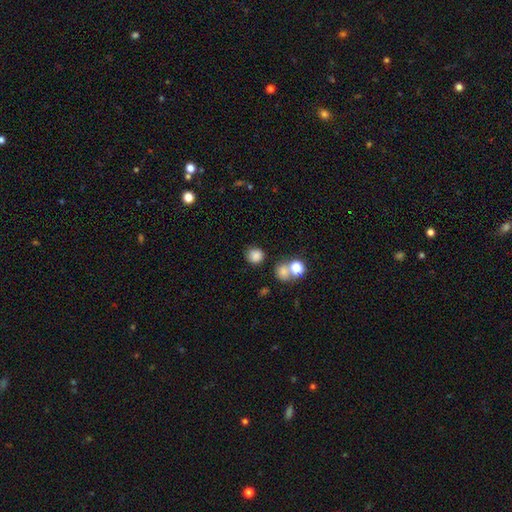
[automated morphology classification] type=smooth (82%); roundness=round (87%); merging=none (75%).